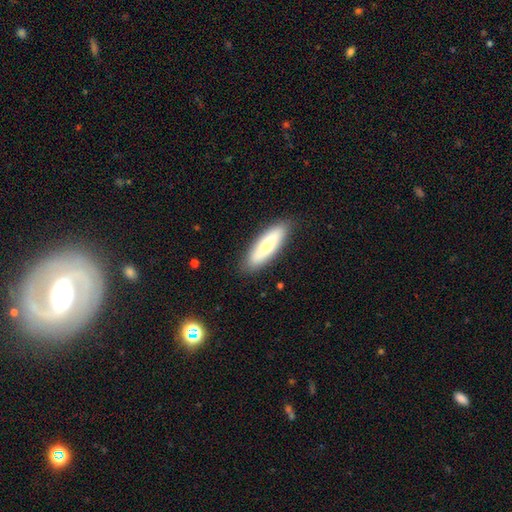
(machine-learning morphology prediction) Smooth or featured? Predicted: smooth (p=0.66). How rounded? Predicted: cigar-shaped (p=0.50). Merging? Predicted: none (p=0.88).